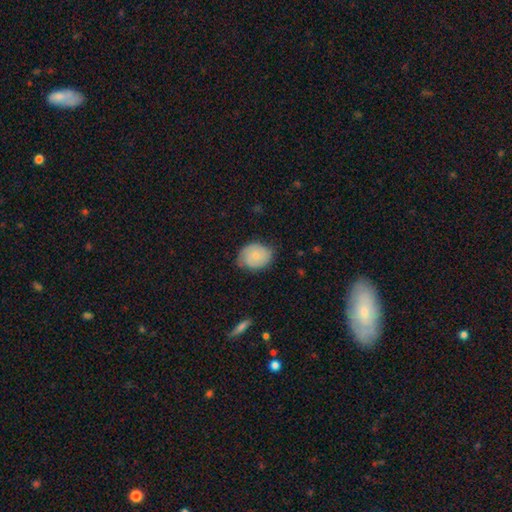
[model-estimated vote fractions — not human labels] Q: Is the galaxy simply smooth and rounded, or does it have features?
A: smooth — 64%.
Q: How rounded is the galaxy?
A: round — 51%.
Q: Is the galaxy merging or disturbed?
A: none — 64%.